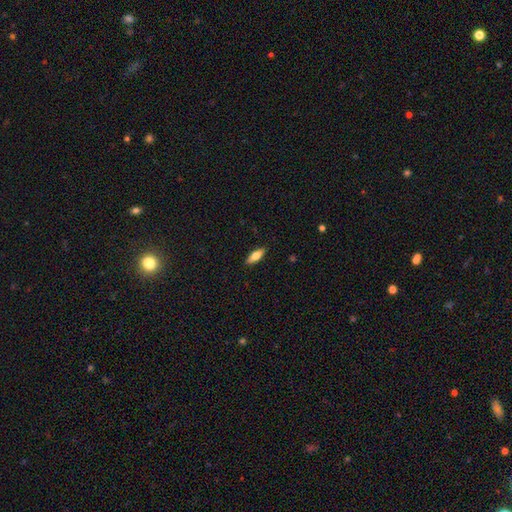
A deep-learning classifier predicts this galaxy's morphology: smooth-or-featured: smooth: 69% | featured or disk: 24% | star or artifact: 7%
  how-rounded: in between: 62% | cigar-shaped: 36% | round: 2%
  merging: none: 87% | minor disturbance: 9% | major disturbance: 2% | merger: 1%